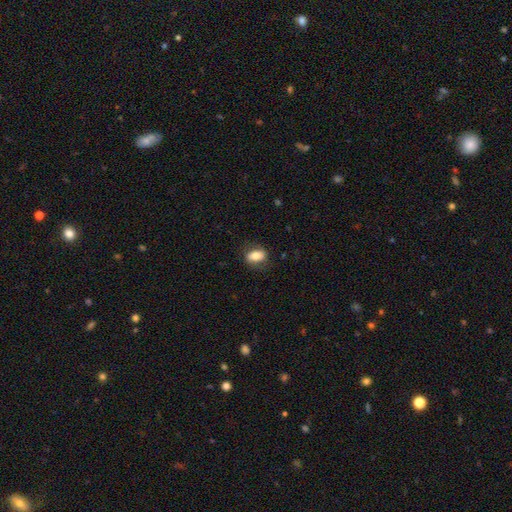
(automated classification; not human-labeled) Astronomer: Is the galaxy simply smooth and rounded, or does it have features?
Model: smooth — 72%.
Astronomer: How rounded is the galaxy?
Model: in between — 83%.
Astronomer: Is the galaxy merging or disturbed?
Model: none — 78%.